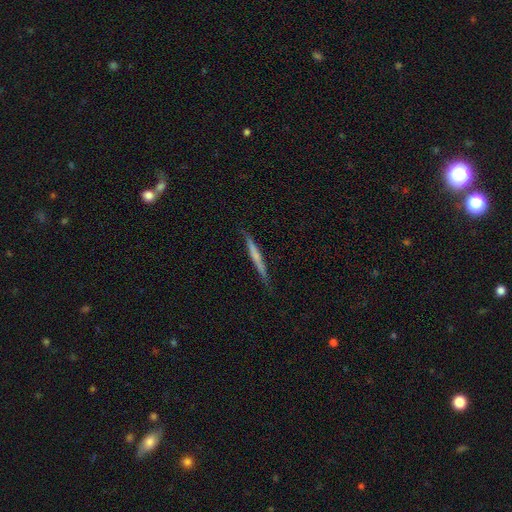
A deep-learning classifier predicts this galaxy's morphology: Q: Smooth or featured?
A: featured or disk (49%); runner-up: smooth (45%)
Q: Merging?
A: none (84%); runner-up: minor disturbance (12%)